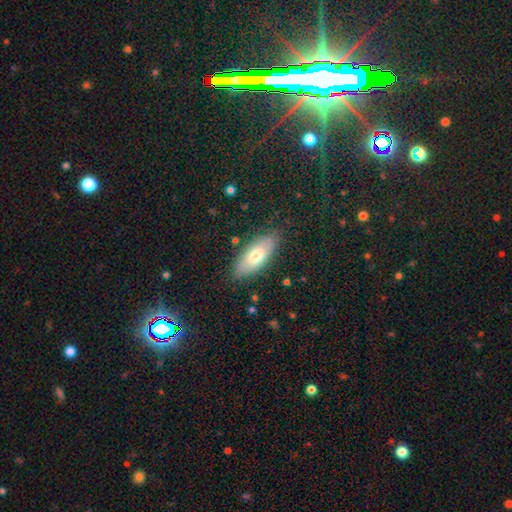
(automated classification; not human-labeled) smooth-or-featured: smooth: 69% | featured or disk: 24% | star or artifact: 7%
  how-rounded: in between: 84% | cigar-shaped: 14% | round: 2%
  merging: none: 83% | minor disturbance: 12% | major disturbance: 3% | merger: 1%